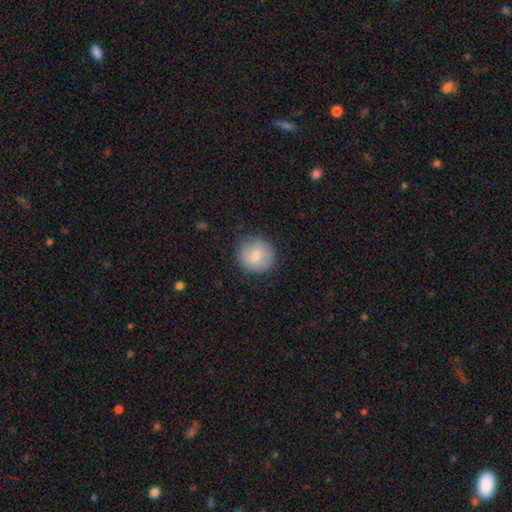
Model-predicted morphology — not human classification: Smooth or featured: smooth — 79% (featured or disk — 14%)
How rounded: round — 93% (in between — 6%)
Merging: none — 86% (minor disturbance — 10%)